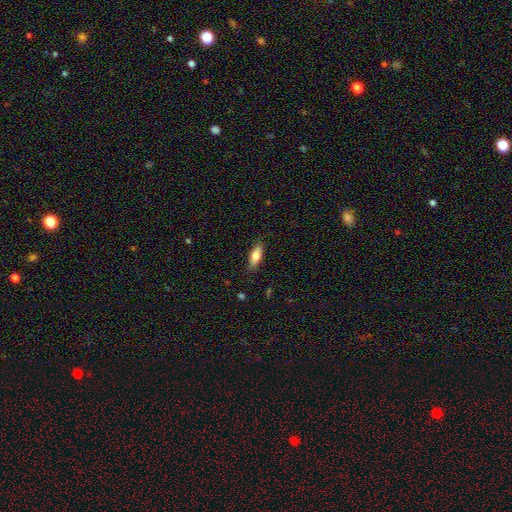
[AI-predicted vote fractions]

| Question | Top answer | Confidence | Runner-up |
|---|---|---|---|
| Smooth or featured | smooth | 75% | featured or disk (19%) |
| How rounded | in between | 64% | cigar-shaped (33%) |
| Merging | none | 84% | minor disturbance (13%) |